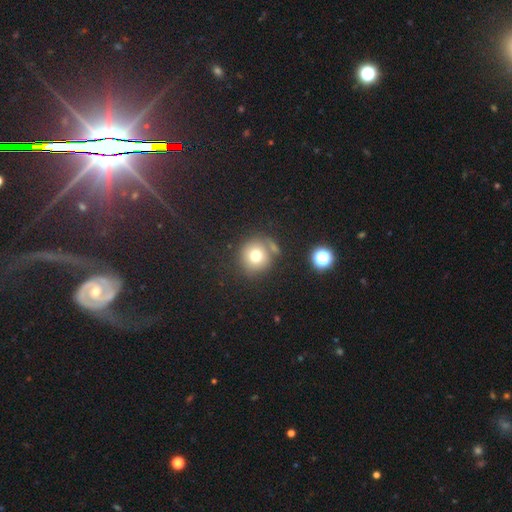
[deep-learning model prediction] Smooth or featured: smooth — 75% (star or artifact — 14%)
How rounded: round — 91% (in between — 8%)
Merging: none — 68% (merger — 14%)